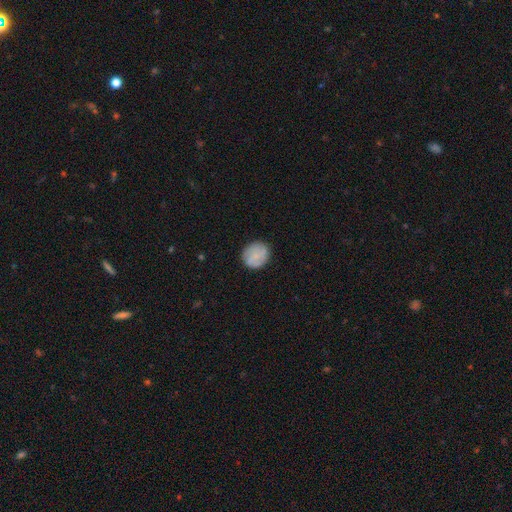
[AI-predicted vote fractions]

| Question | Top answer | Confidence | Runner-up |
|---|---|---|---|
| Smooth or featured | smooth | 70% | featured or disk (23%) |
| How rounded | round | 83% | in between (16%) |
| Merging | none | 83% | minor disturbance (13%) |